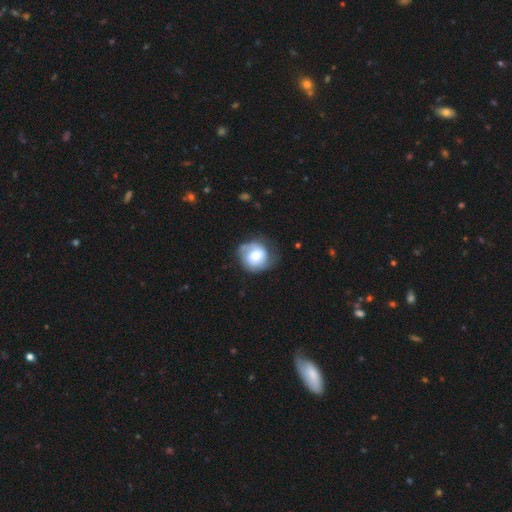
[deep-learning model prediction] Smooth or featured?
  - featured or disk: 55% *
  - smooth: 39%
  - star or artifact: 7%
Edge-on disk?
  - no: 97% *
  - yes: 3%
Bar?
  - no: 45% *
  - weak: 41%
  - strong: 14%
Spiral arms?
  - yes: 78% *
  - no: 22%
Bulge size?
  - moderate: 63% *
  - large: 18%
  - small: 17%
  - dominant: 2%
  - none: 1%
Merging?
  - none: 67% *
  - minor disturbance: 22%
  - major disturbance: 9%
  - merger: 2%